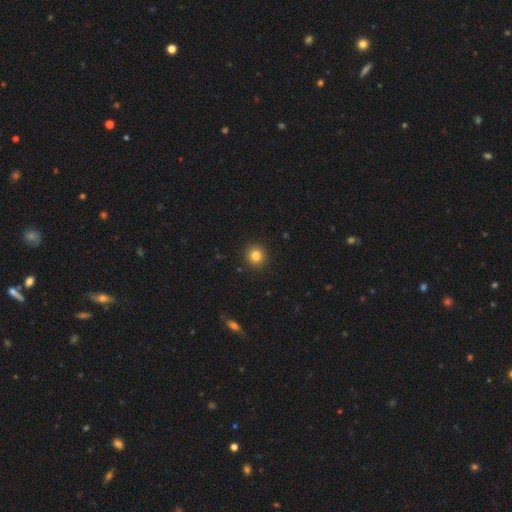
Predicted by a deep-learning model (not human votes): A smooth galaxy with no disk features (83%) that is round (93%). Merging: none (92%).